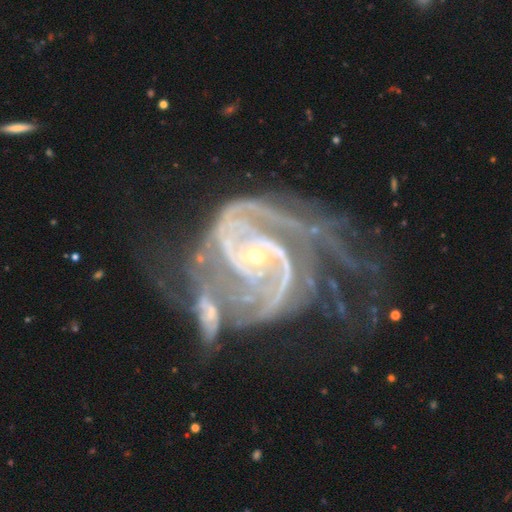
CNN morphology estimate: smooth_or_featured: featured or disk (p=0.92) [alt: star or artifact p=0.05]
disk_edge_on: no (p=0.98) [alt: yes p=0.02]
bar: no (p=0.52) [alt: weak p=0.29]
has_spiral_arms: yes (p=0.98) [alt: no p=0.02]
spiral_winding: tight (p=0.48) [alt: medium p=0.41]
spiral_arm_count: 2 (p=0.59) [alt: 3 p=0.12]
bulge_size: small (p=0.76) [alt: moderate p=0.20]
merging: merger (p=0.32) [tied with: major disturbance p=0.32]